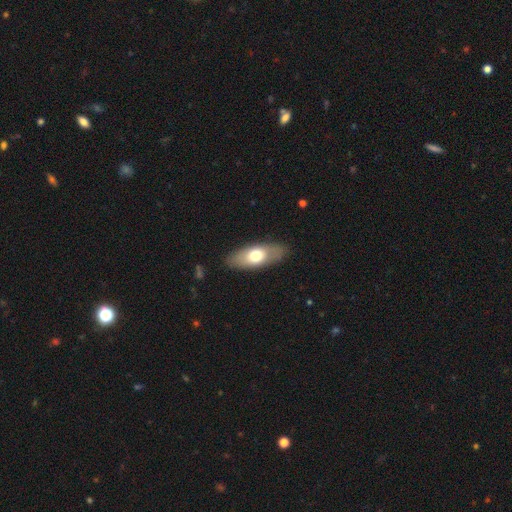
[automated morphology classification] Smooth or featured? Predicted: smooth (p=0.63). How rounded? Predicted: in between (p=0.80). Merging? Predicted: none (p=0.85).